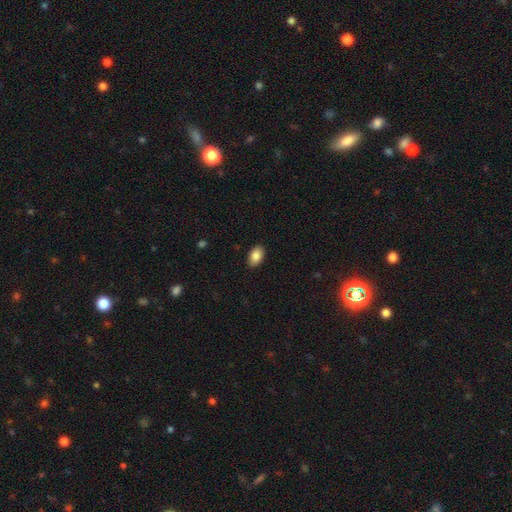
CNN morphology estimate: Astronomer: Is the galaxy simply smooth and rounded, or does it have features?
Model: smooth — 86%.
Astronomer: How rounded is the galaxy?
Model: in between — 91%.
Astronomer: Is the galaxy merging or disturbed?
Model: none — 88%.